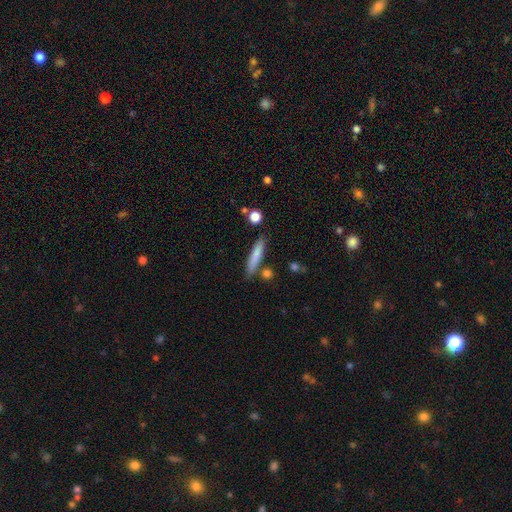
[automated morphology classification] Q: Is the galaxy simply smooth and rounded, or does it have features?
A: smooth — 77%.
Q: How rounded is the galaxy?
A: cigar-shaped — 89%.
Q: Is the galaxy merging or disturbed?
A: none — 80%.